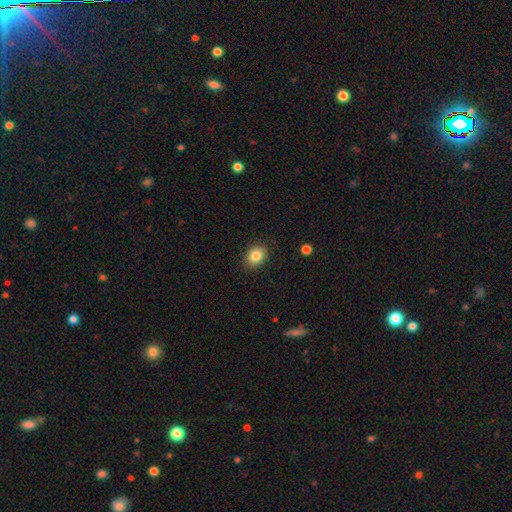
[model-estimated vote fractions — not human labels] Smooth or featured: smooth — 84% (star or artifact — 9%)
How rounded: in between — 60% (round — 39%)
Merging: none — 87% (minor disturbance — 9%)